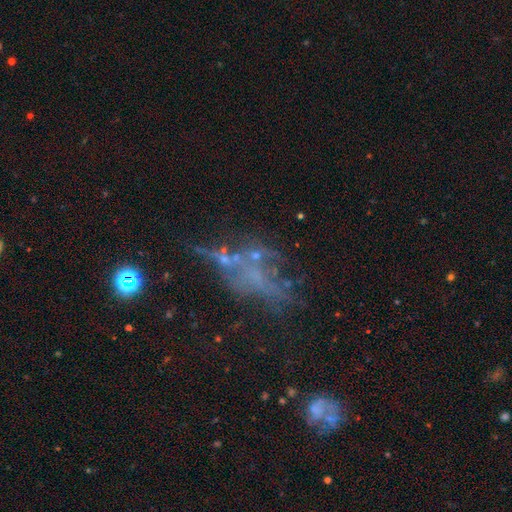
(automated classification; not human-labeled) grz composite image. It shows a featured or disk galaxy (47%). Merging: none (38%).